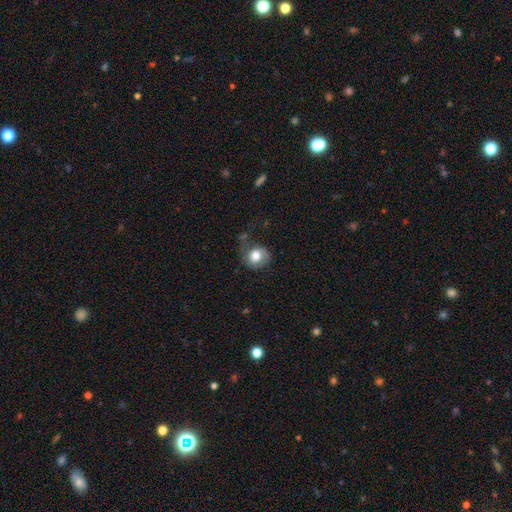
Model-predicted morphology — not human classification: Smooth or featured?
  - smooth: 69% *
  - featured or disk: 23%
  - star or artifact: 8%
How rounded?
  - round: 72% *
  - in between: 27%
  - cigar-shaped: 1%
Merging?
  - none: 48% *
  - minor disturbance: 28%
  - major disturbance: 19%
  - merger: 4%